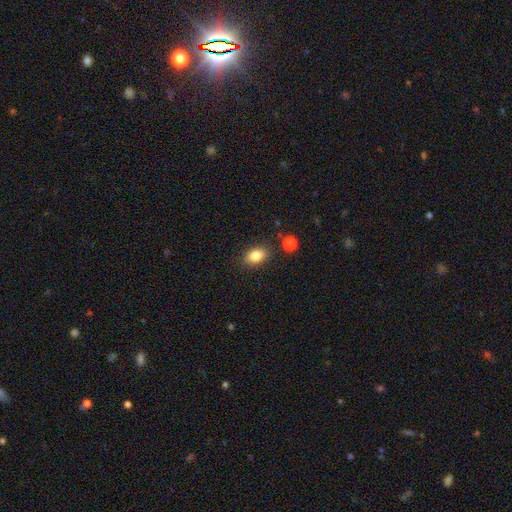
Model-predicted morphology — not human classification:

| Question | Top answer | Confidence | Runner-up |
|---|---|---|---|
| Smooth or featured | smooth | 83% | star or artifact (10%) |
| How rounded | in between | 77% | round (22%) |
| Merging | none | 84% | minor disturbance (10%) |